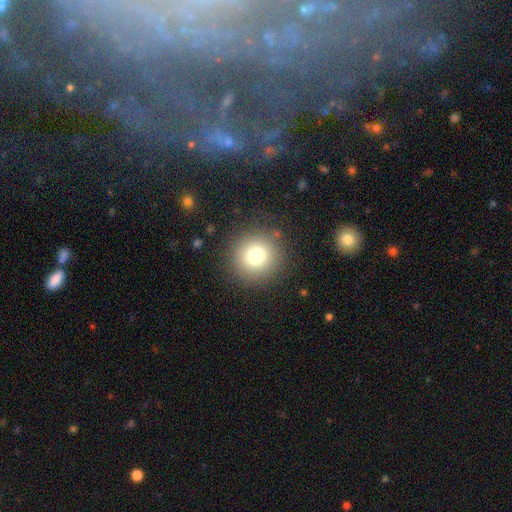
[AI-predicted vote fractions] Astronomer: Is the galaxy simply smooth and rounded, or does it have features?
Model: smooth — 78%.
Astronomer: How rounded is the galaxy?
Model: round — 93%.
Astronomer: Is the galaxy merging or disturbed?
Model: none — 87%.